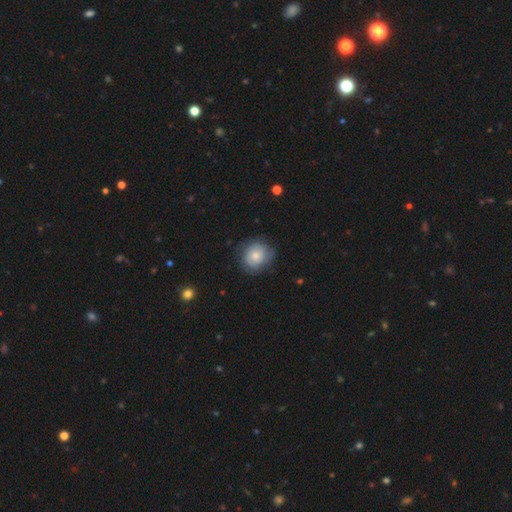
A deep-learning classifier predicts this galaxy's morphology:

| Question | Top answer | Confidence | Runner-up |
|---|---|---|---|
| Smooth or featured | smooth | 52% | featured or disk (40%) |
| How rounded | round | 76% | in between (23%) |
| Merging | none | 70% | minor disturbance (21%) |